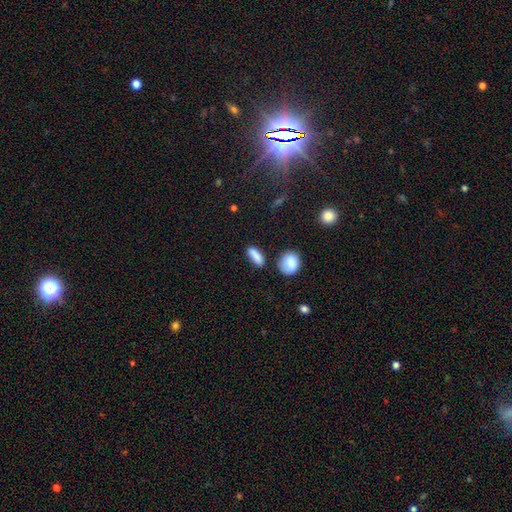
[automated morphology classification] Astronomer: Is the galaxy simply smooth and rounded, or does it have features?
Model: smooth — 86%.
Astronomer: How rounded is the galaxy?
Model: in between — 49% (runner-up: cigar-shaped, 45%).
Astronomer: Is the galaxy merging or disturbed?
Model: none — 76%.